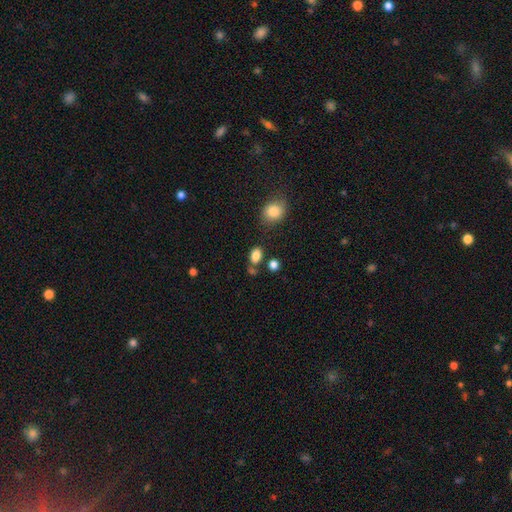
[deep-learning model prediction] This is clearly a smooth galaxy (84%). How rounded: likely in between (76%). Merging: likely none (67%).